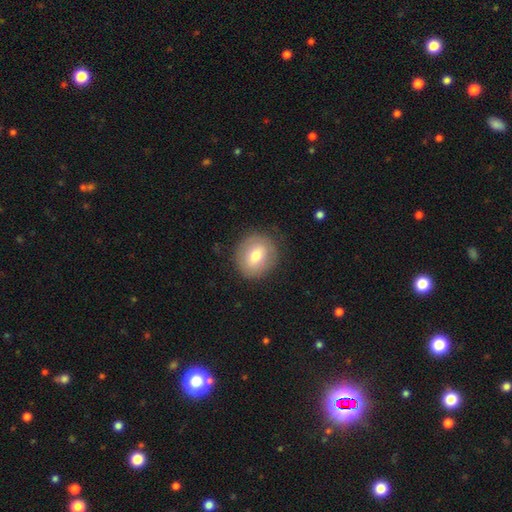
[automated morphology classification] smooth-or-featured: smooth: 66% | featured or disk: 26% | star or artifact: 8%
  how-rounded: round: 77% | in between: 22% | cigar-shaped: 1%
  merging: none: 84% | minor disturbance: 11% | major disturbance: 4% | merger: 1%